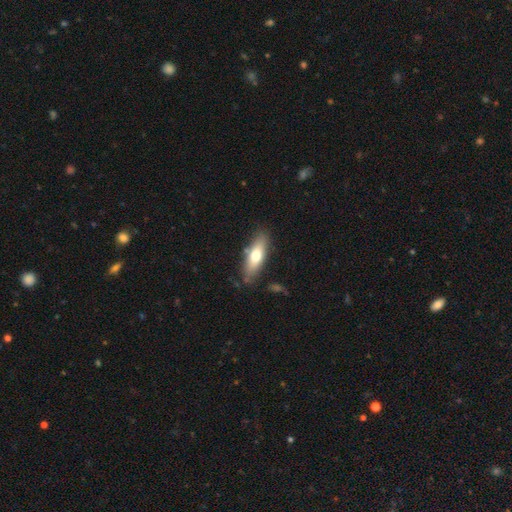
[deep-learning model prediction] smooth-or-featured: smooth: 67% | featured or disk: 27% | star or artifact: 6%
  how-rounded: in between: 56% | cigar-shaped: 42% | round: 2%
  merging: none: 80% | minor disturbance: 14% | merger: 3% | major disturbance: 3%